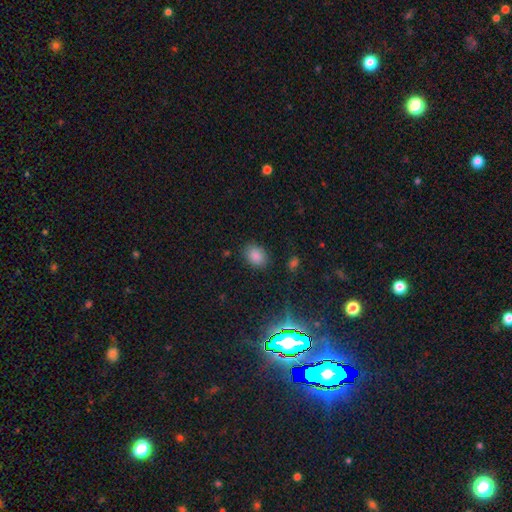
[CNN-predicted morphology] Smooth or featured? smooth (84%)
How rounded? in between (68%)
Merging? none (84%)